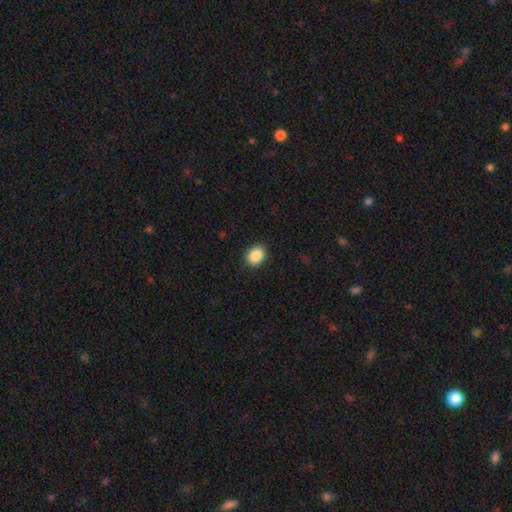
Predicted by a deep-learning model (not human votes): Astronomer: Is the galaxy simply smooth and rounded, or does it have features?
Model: smooth — 89%.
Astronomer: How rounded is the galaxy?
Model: in between — 60% (runner-up: round, 39%).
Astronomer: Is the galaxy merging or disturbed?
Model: none — 90%.